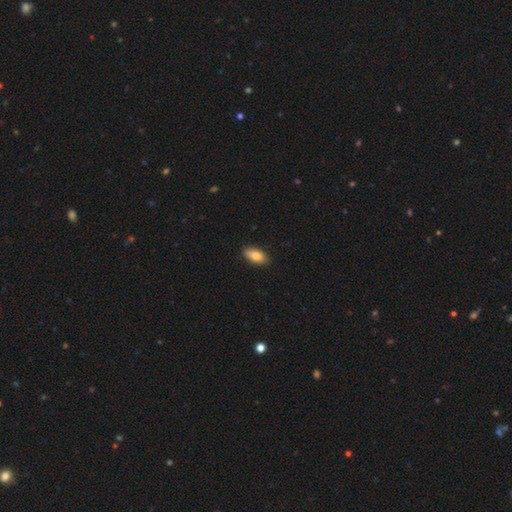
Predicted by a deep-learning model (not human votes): Q: Smooth or featured?
A: smooth (83%); runner-up: featured or disk (11%)
Q: How rounded?
A: in between (88%); runner-up: cigar-shaped (10%)
Q: Merging?
A: none (86%); runner-up: minor disturbance (11%)